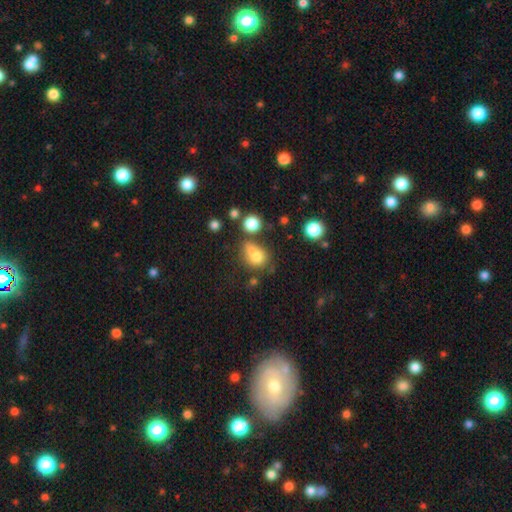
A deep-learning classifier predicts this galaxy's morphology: This appears to be a smooth galaxy with no disk features (76%) that is in between round and cigar-shaped (61%). Merging: none (43%).